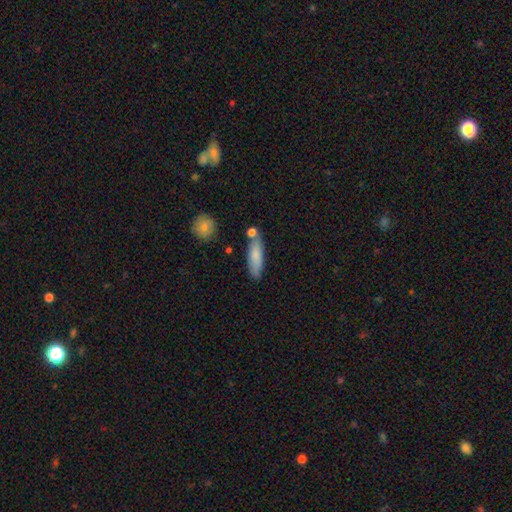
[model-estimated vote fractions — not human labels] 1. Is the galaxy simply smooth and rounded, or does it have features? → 80% smooth, 14% featured or disk, 6% star or artifact.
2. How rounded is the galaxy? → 60% cigar-shaped, 38% in between, 2% round.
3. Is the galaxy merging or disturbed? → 71% none, 15% minor disturbance, 10% merger, 3% major disturbance.